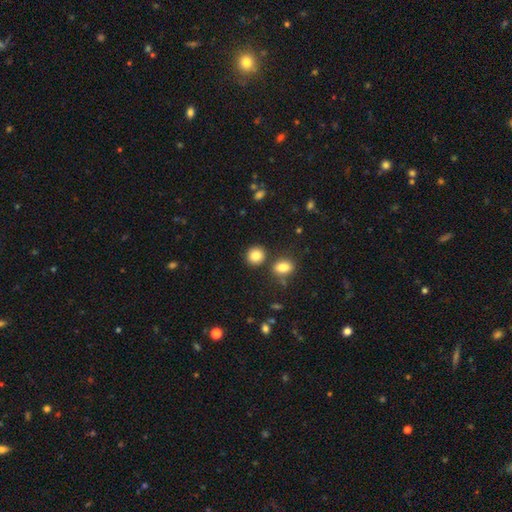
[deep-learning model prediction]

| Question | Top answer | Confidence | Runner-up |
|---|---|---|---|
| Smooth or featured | smooth | 85% | star or artifact (9%) |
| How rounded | round | 82% | in between (17%) |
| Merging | none | 79% | merger (9%) |